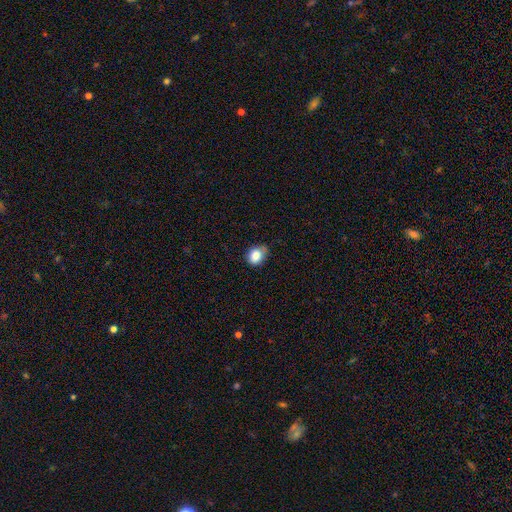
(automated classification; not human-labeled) Smooth or featured? smooth (85%)
How rounded? in between (53%)
Merging? none (56%)